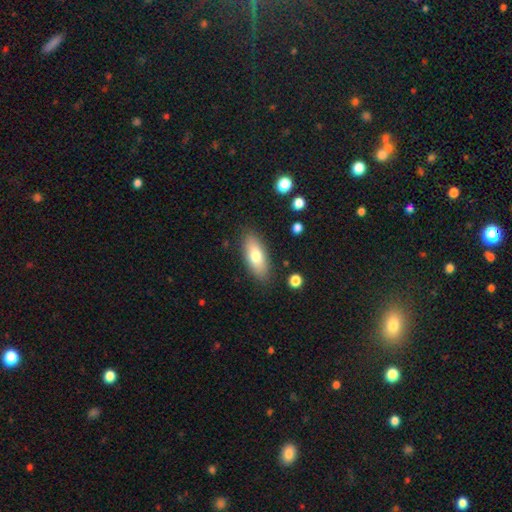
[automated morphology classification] Overall: smooth (74%). How rounded: in between (78%). Merging: none (85%).